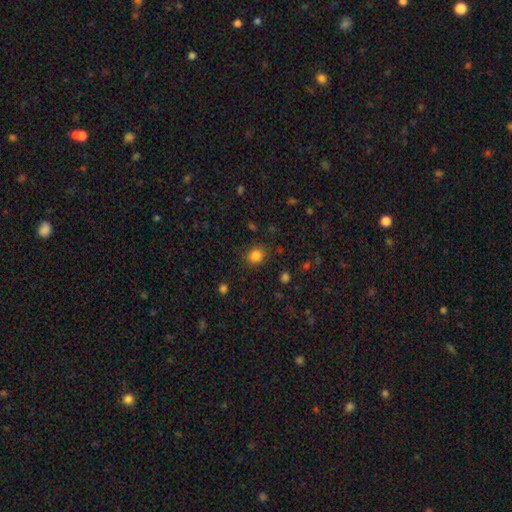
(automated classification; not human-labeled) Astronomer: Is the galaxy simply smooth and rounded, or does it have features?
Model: smooth — 83%.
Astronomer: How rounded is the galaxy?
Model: round — 75%.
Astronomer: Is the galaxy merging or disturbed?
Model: none — 86%.